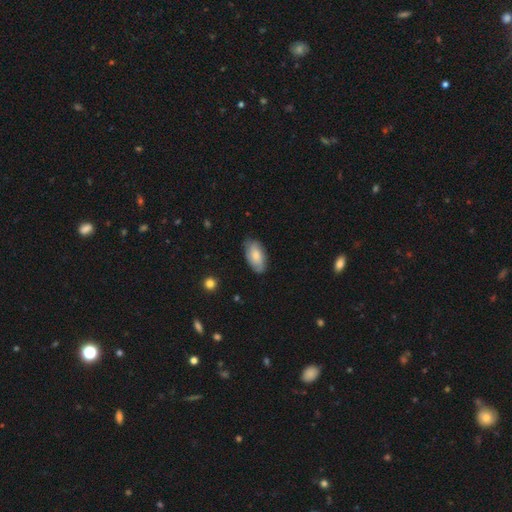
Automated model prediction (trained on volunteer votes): Morphology: type=smooth (71%); roundness=in between (94%); merging=none (77%).